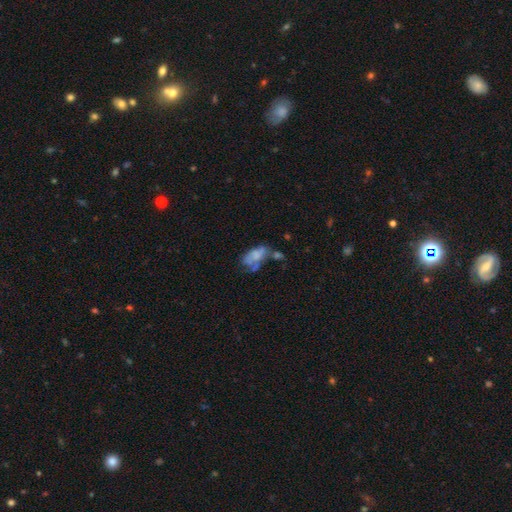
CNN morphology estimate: This appears to be a smooth galaxy with no disk features (51%) that is in between round and cigar-shaped (89%). Merging: merger (33%).